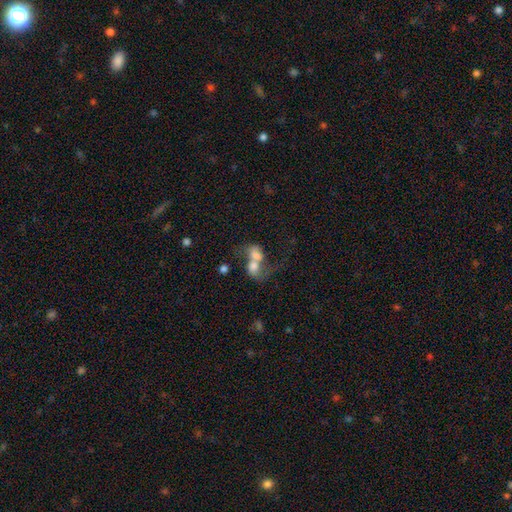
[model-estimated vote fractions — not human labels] Smooth or featured? smooth (58%)
How rounded? in between (62%)
Merging? merger (77%)